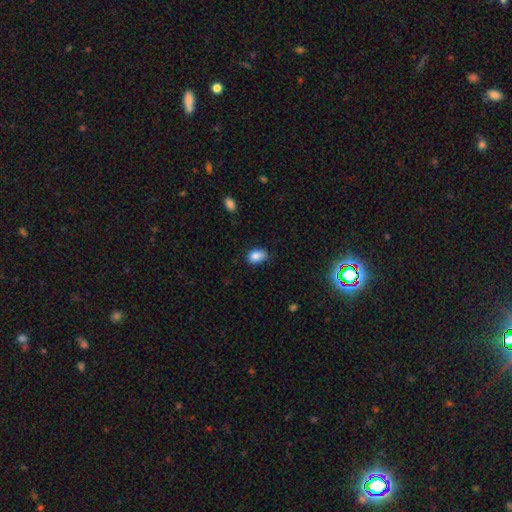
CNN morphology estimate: Smooth or featured? Predicted: smooth (p=0.85). How rounded? Predicted: in between (p=0.82). Merging? Predicted: none (p=0.69).